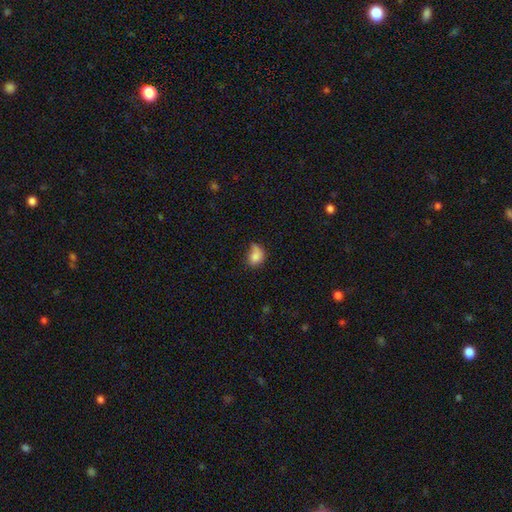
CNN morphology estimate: Smooth or featured: smooth — 80% (featured or disk — 10%)
How rounded: in between — 53% (round — 45%)
Merging: none — 38% (minor disturbance — 37%)